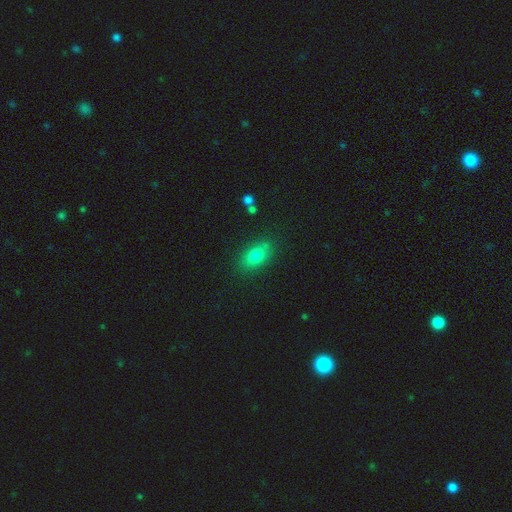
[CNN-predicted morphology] A smooth galaxy with no disk features (80%) that is in between round and cigar-shaped (84%).

Vote fractions:
- Smooth or featured? smooth: 80% / featured or disk: 10% / star or artifact: 10%
- How rounded? in between: 84% / round: 11% / cigar-shaped: 5%
- Merging? none: 80% / minor disturbance: 14% / major disturbance: 4% / merger: 3%